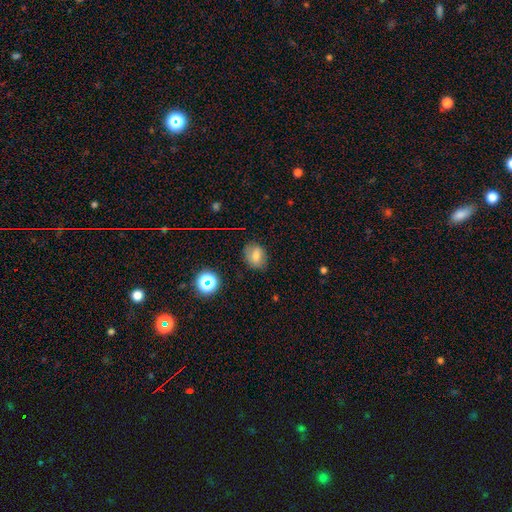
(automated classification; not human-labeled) This appears to be a smooth galaxy with no disk features (70%) that is in between round and cigar-shaped (58%). Merging: none (78%).